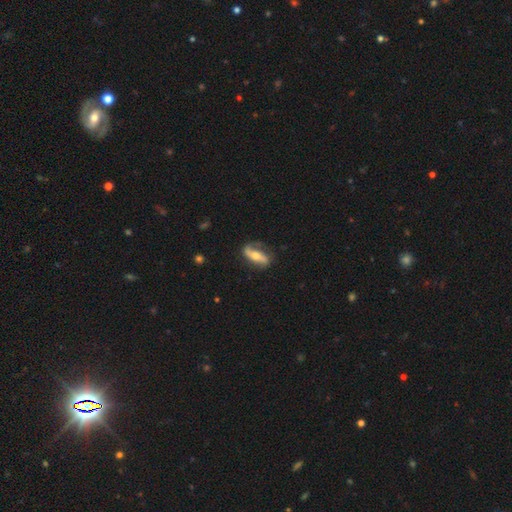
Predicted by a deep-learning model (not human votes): Overall: featured or disk (73%). Edge-on disk: no (87%). Bar: strong (44%; no 33%). Spiral arms: yes (88%). Spiral arm count: 2 (77%). Spiral winding: loose (51%; medium 31%). Bulge size: moderate (63%; small 28%). Merging: none (66%).